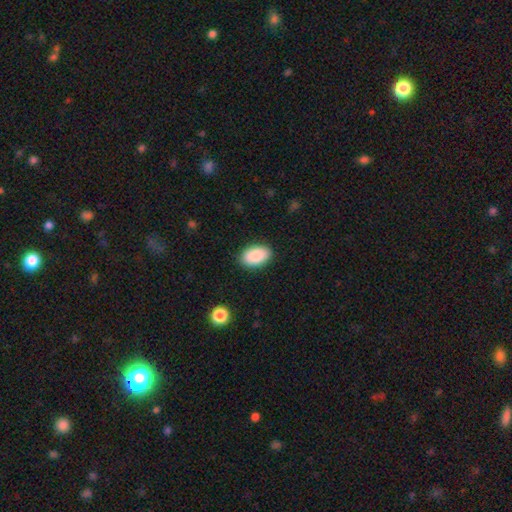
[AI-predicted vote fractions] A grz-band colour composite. It shows a smooth galaxy with no disk features (88%) that is in between round and cigar-shaped (92%). Merging: none (88%).